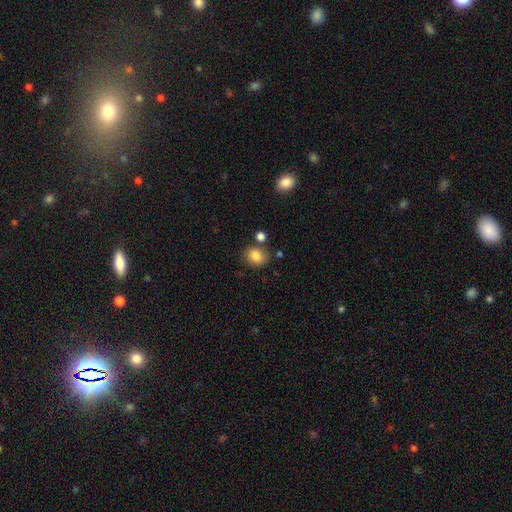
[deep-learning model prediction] Smooth or featured? smooth (84%)
How rounded? round (57%)
Merging? none (76%)